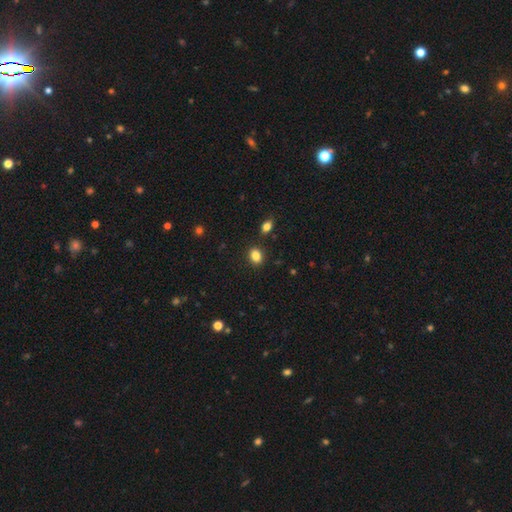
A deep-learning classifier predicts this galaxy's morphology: Overall: smooth (85%). How rounded: in between (55%; round 44%). Merging: none (86%).